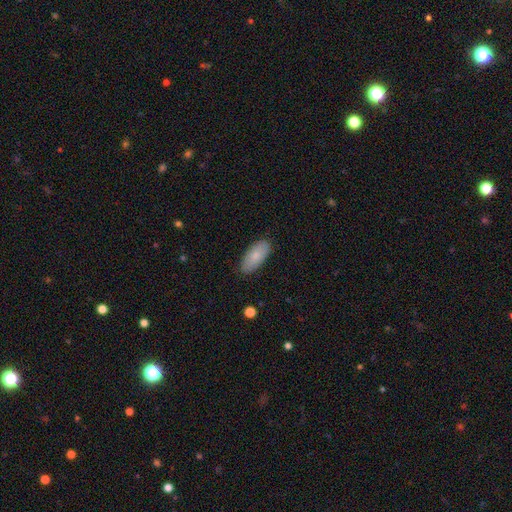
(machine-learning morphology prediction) The model was most divided on "smooth or featured": smooth: 82%, featured or disk: 12%, star or artifact: 6%. More confident: how rounded — in between (87%); merging — none (85%).